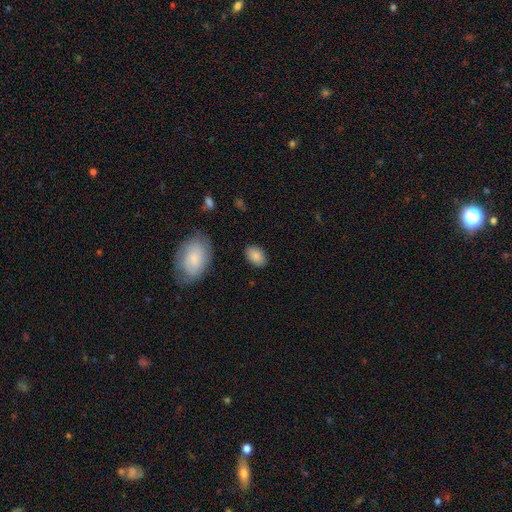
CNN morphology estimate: smooth-or-featured: smooth: 87% | star or artifact: 8% | featured or disk: 6%
  how-rounded: in between: 88% | round: 11% | cigar-shaped: 1%
  merging: none: 85% | minor disturbance: 10% | major disturbance: 3% | merger: 2%